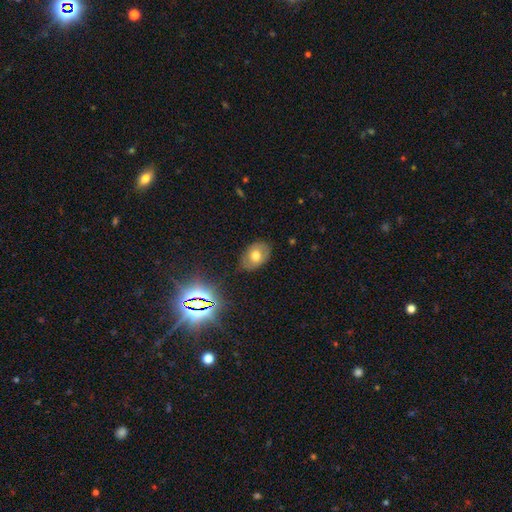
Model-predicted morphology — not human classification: A smooth galaxy with no disk features (64%) that is in between round and cigar-shaped (77%). Merging: none (77%).